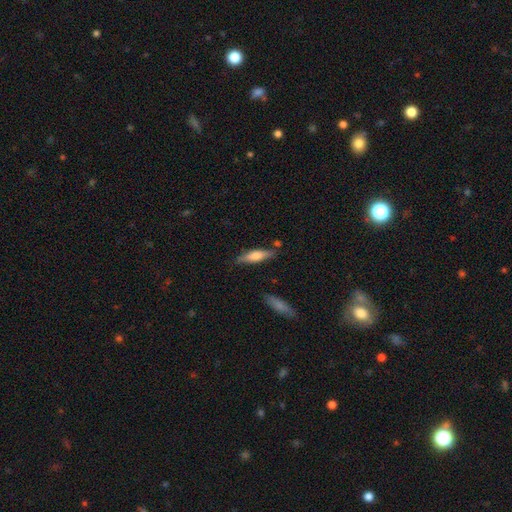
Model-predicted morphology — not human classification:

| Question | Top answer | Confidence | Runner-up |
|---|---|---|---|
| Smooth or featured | smooth | 59% | featured or disk (35%) |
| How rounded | cigar-shaped | 70% | in between (28%) |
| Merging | none | 78% | minor disturbance (14%) |